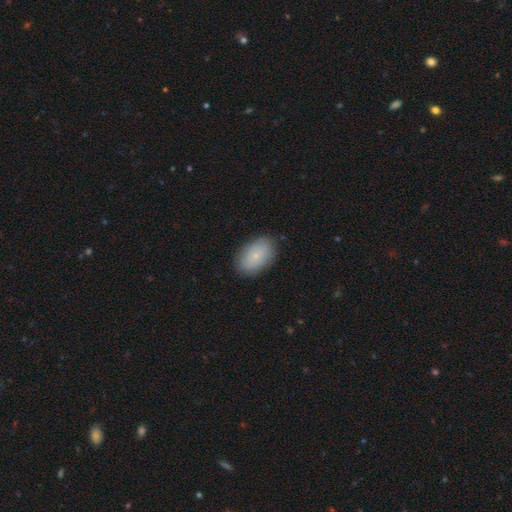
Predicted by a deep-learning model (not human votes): A smooth galaxy with no disk features (75%) that is in between round and cigar-shaped (91%).

Vote fractions:
- Smooth or featured? smooth: 75% / featured or disk: 18% / star or artifact: 7%
- How rounded? in between: 91% / round: 7% / cigar-shaped: 1%
- Merging? none: 84% / minor disturbance: 12% / major disturbance: 3% / merger: 1%